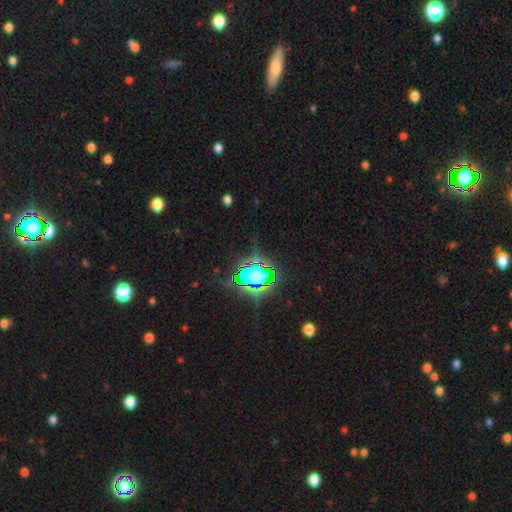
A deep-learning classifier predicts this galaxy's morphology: The model was most divided on "smooth or featured": star or artifact: 77%, smooth: 14%, featured or disk: 9%.